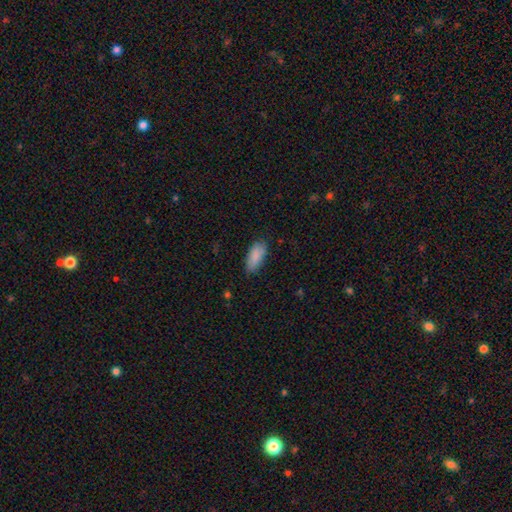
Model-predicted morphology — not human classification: Smooth or featured? Predicted: smooth (p=0.88). How rounded? Predicted: in between (p=0.86). Merging? Predicted: none (p=0.79).